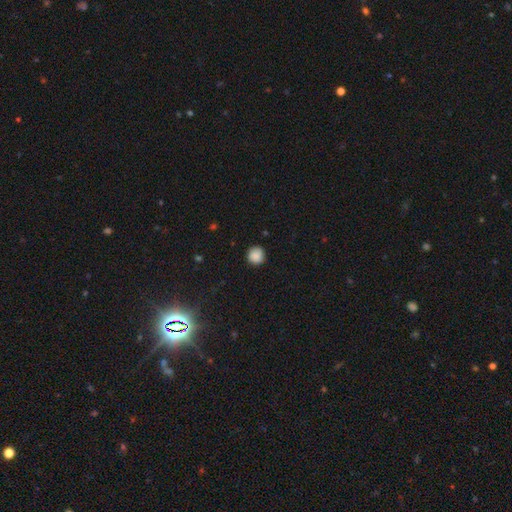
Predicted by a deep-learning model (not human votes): Smooth or featured?
  - smooth: 87% *
  - star or artifact: 9%
  - featured or disk: 4%
How rounded?
  - round: 92% *
  - in between: 7%
  - cigar-shaped: 1%
Merging?
  - none: 85% *
  - minor disturbance: 12%
  - major disturbance: 2%
  - merger: 1%